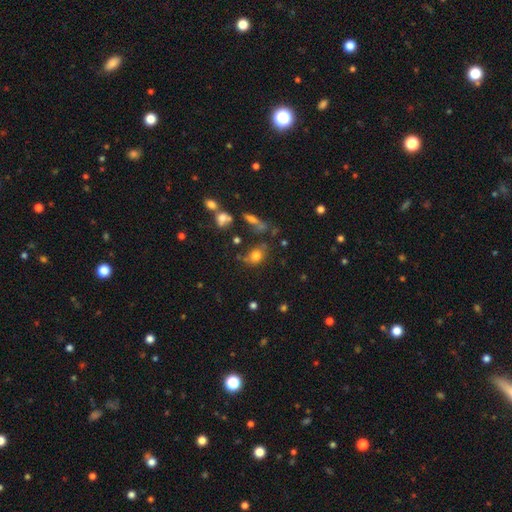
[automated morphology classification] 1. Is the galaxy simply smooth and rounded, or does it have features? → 73% smooth, 14% star or artifact, 13% featured or disk.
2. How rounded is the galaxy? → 58% in between, 39% round, 3% cigar-shaped.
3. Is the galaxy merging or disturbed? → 53% none, 23% minor disturbance, 13% major disturbance, 11% merger.